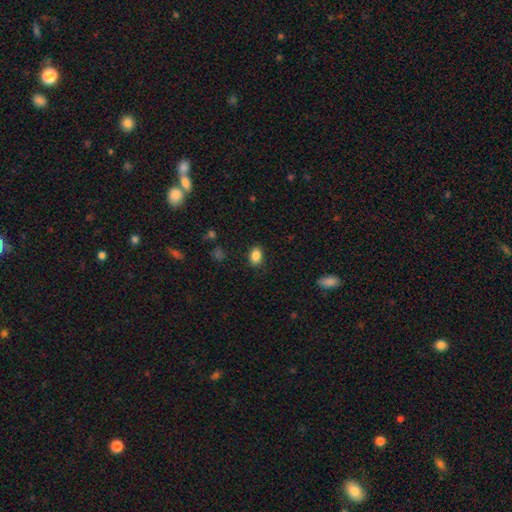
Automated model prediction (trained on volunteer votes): This is clearly a smooth galaxy (86%). How rounded: likely in between (79%). Merging: clearly none (86%).